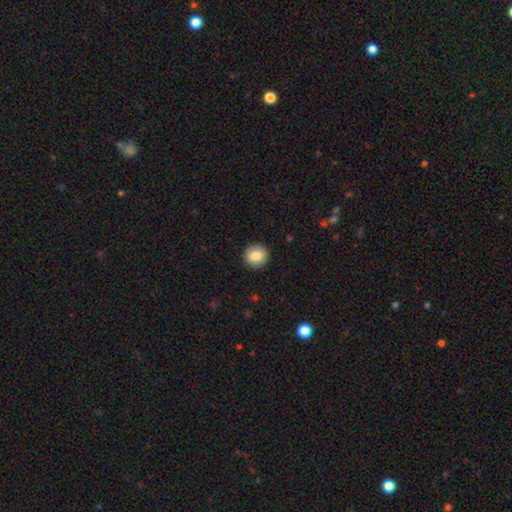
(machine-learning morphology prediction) Smooth or featured?
  - smooth: 85% *
  - star or artifact: 8%
  - featured or disk: 6%
How rounded?
  - round: 88% *
  - in between: 11%
  - cigar-shaped: 1%
Merging?
  - none: 92% *
  - minor disturbance: 6%
  - major disturbance: 2%
  - merger: 1%